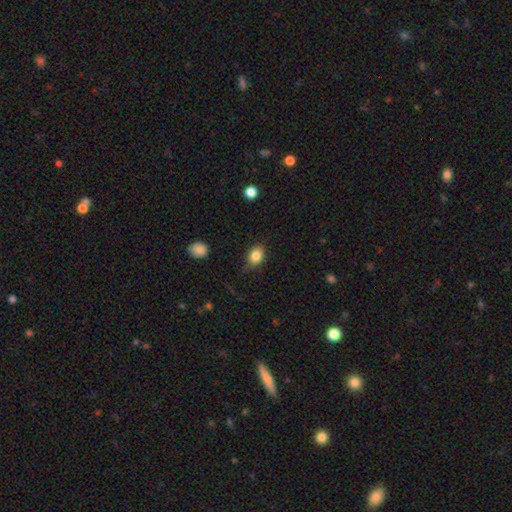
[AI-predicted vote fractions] smooth_or_featured: smooth (p=0.84) [alt: star or artifact p=0.09]
how_rounded: in between (p=0.60) [alt: round p=0.39]
merging: none (p=0.78) [alt: minor disturbance p=0.17]